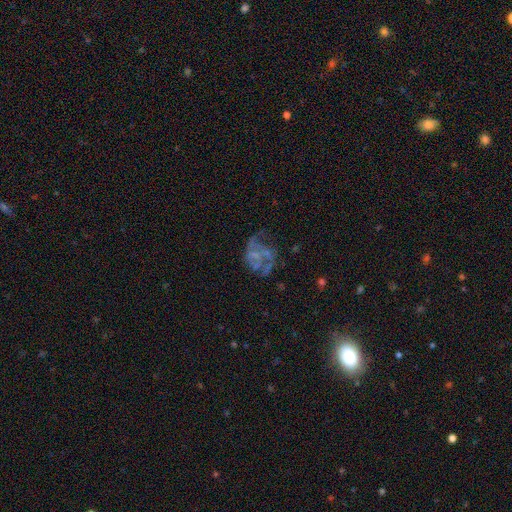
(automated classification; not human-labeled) Smooth or featured?
  - featured or disk: 64% *
  - smooth: 20%
  - star or artifact: 16%
Edge-on disk?
  - no: 98% *
  - yes: 2%
Bar?
  - no: 78% *
  - weak: 17%
  - strong: 5%
Spiral arms?
  - no: 54% *
  - yes: 46%
Bulge size?
  - none: 58% *
  - small: 27%
  - moderate: 12%
  - large: 2%
  - dominant: 1%
Merging?
  - major disturbance: 41% *
  - none: 34%
  - minor disturbance: 19%
  - merger: 6%